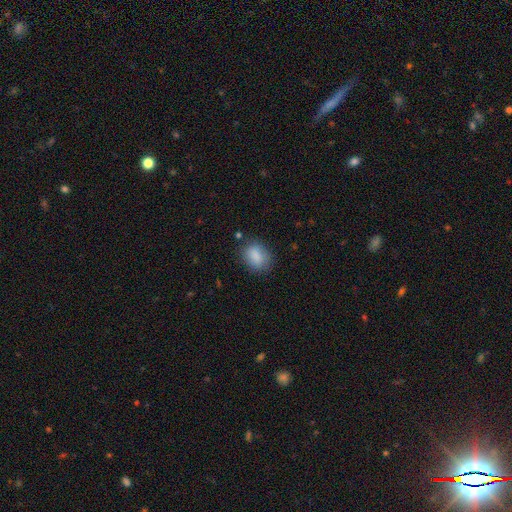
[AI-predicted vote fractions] A smooth galaxy with no disk features (85%) that is in between round and cigar-shaped (66%).

Vote fractions:
- Smooth or featured? smooth: 85% / star or artifact: 8% / featured or disk: 6%
- How rounded? in between: 66% / round: 32% / cigar-shaped: 2%
- Merging? none: 77% / minor disturbance: 16% / major disturbance: 5% / merger: 2%